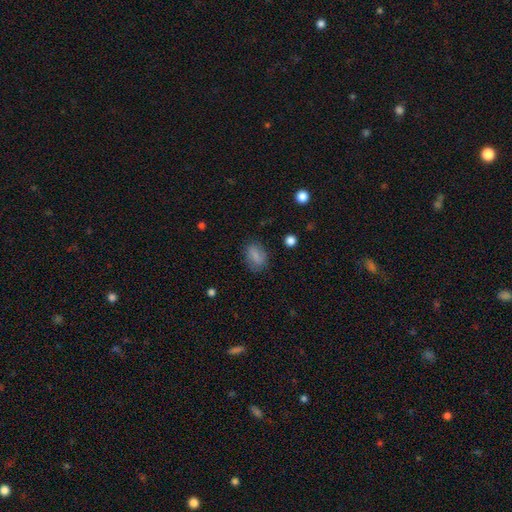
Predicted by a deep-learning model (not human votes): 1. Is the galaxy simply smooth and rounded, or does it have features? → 78% smooth, 13% featured or disk, 9% star or artifact.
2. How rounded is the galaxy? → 78% in between, 20% round, 2% cigar-shaped.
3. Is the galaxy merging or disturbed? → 75% none, 18% minor disturbance, 6% major disturbance, 2% merger.